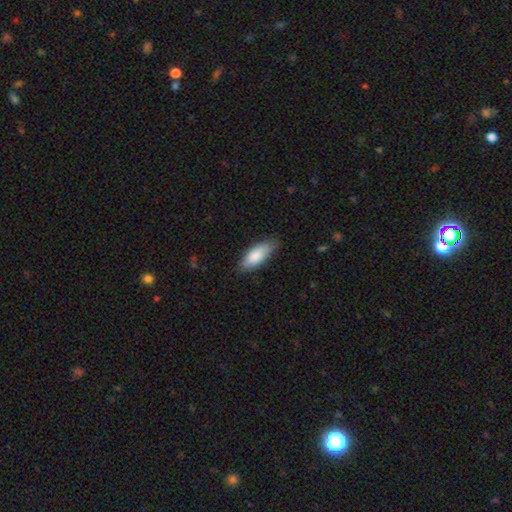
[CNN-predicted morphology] smooth-or-featured: smooth: 85% | featured or disk: 9% | star or artifact: 6%
  how-rounded: in between: 78% | cigar-shaped: 20% | round: 2%
  merging: none: 80% | minor disturbance: 16% | major disturbance: 3% | merger: 1%